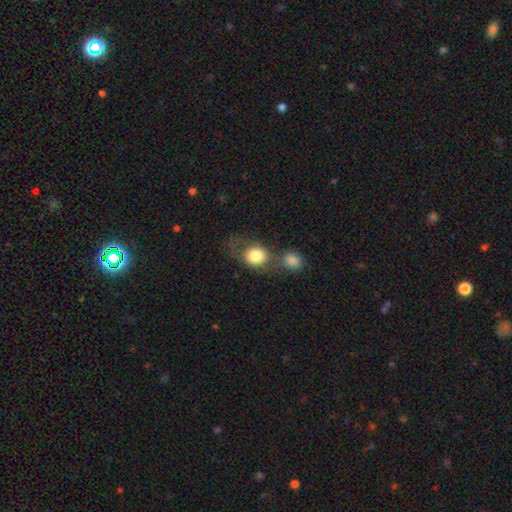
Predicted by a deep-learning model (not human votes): Smooth or featured: smooth — 78% (featured or disk — 14%)
How rounded: round — 59% (in between — 40%)
Merging: merger — 43% (none — 34%)